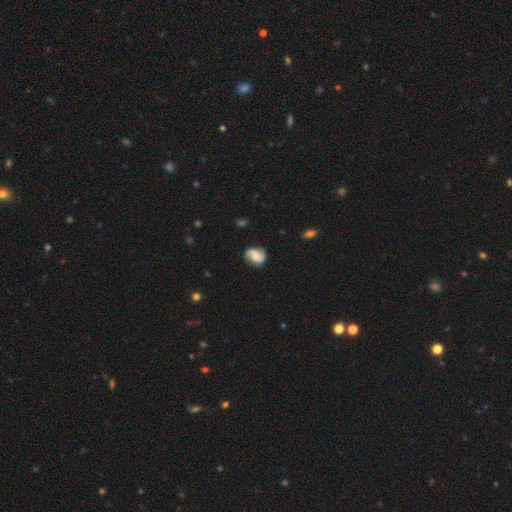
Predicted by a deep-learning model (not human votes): smooth-or-featured: featured or disk: 71% | smooth: 22% | star or artifact: 7%
  disk-edge-on: no: 98% | yes: 2%
    bar: no: 52% | weak: 39% | strong: 9%
    has-spiral-arms: yes: 95% | no: 5%
      spiral-winding: medium: 43% | loose: 36% | tight: 21%
      spiral-arm-count: 2: 89% | can't tell: 4% | 1: 3% | 3: 2% | 4: 1% | more than 4: 1%
    bulge-size: moderate: 33% | small: 28% | none: 26% | large: 11% | dominant: 2%
  merging: none: 78% | minor disturbance: 15% | major disturbance: 5% | merger: 2%